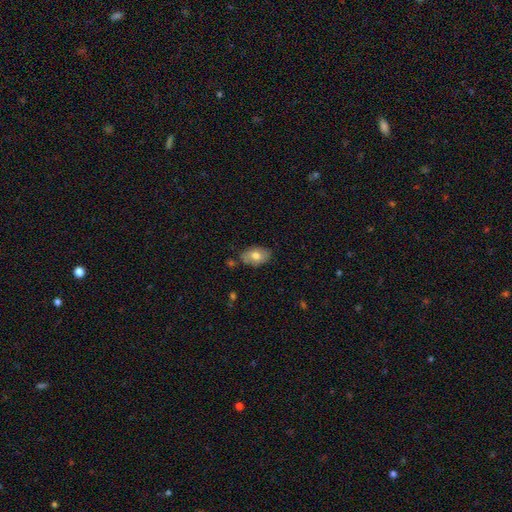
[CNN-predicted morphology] Q: Smooth or featured?
A: smooth (70%); runner-up: featured or disk (23%)
Q: How rounded?
A: in between (87%); runner-up: round (11%)
Q: Merging?
A: none (75%); runner-up: minor disturbance (17%)